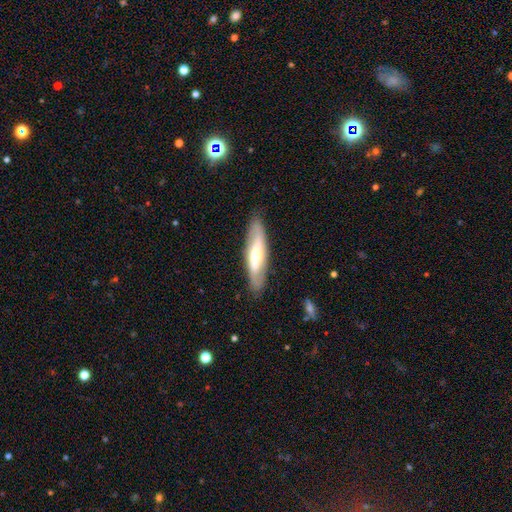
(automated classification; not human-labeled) smooth-or-featured: featured or disk: 51% | smooth: 43% | star or artifact: 5%
  disk-edge-on: no: 56% | yes: 44%
  merging: none: 85% | minor disturbance: 11% | major disturbance: 3% | merger: 1%